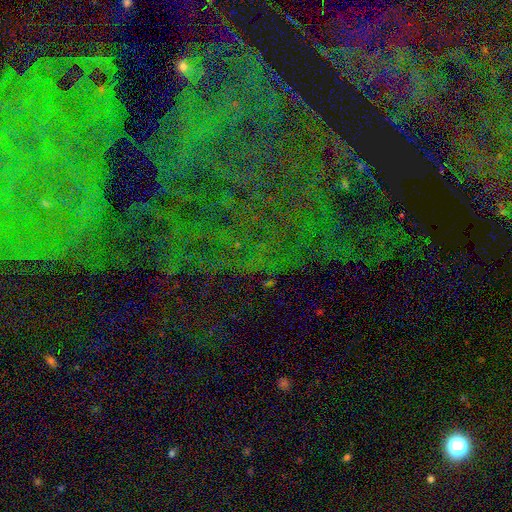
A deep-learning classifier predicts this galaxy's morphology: This is likely a star or artifact rather than a galaxy (78%).